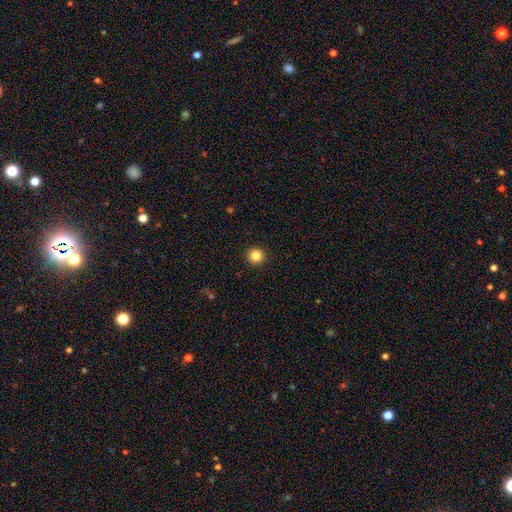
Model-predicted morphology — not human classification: The model was most divided on "smooth or featured": smooth: 84%, star or artifact: 11%, featured or disk: 5%. More confident: how rounded — round (95%); merging — none (93%).